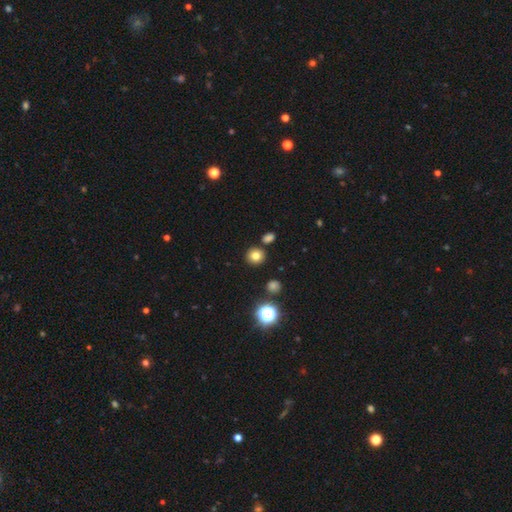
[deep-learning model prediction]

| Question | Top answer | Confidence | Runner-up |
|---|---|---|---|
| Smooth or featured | smooth | 78% | star or artifact (15%) |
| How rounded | round | 89% | in between (10%) |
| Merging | none | 85% | minor disturbance (7%) |